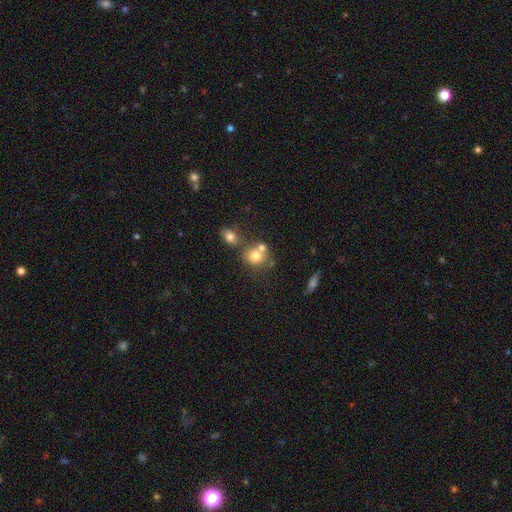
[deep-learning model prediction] smooth_or_featured: smooth (p=0.75) [alt: featured or disk p=0.13]
how_rounded: round (p=0.77) [alt: in between p=0.22]
merging: none (p=0.47) [alt: merger p=0.38]